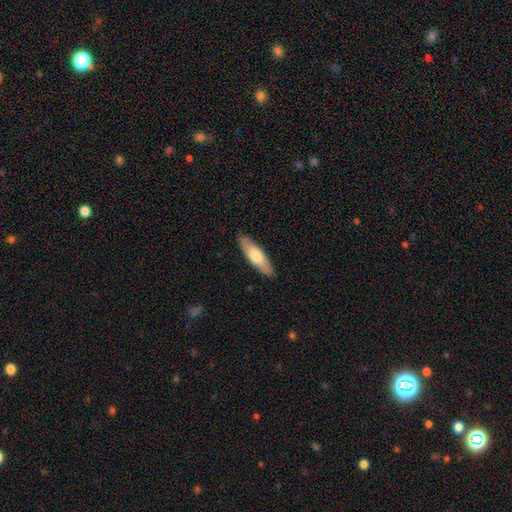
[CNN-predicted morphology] Smooth or featured: smooth — 66% (featured or disk — 29%)
How rounded: cigar-shaped — 58% (in between — 40%)
Merging: none — 88% (minor disturbance — 9%)